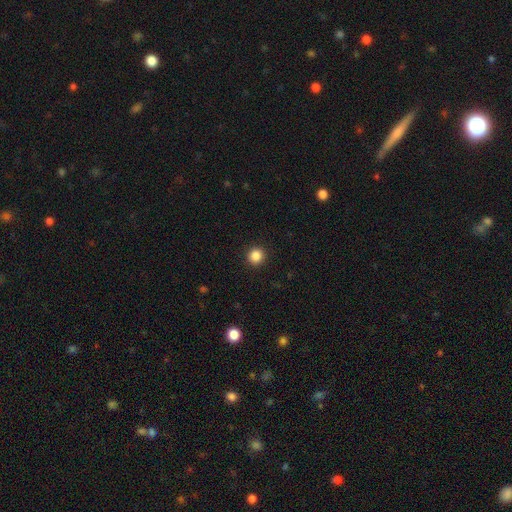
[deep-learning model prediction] Overall: smooth (86%). How rounded: round (94%). Merging: none (93%).